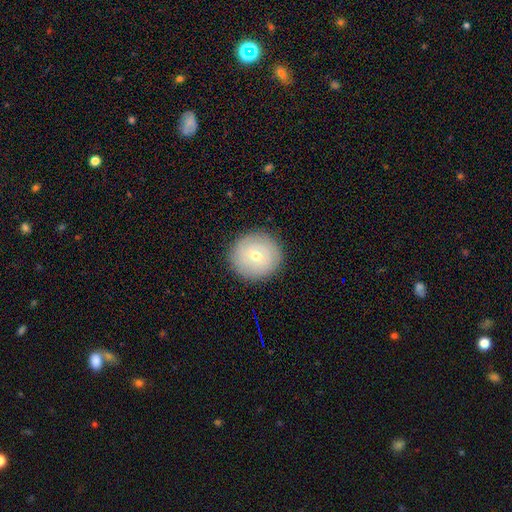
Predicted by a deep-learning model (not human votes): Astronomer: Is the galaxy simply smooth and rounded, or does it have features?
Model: smooth — 51% (runner-up: featured or disk, 41%).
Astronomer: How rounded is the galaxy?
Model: round — 92%.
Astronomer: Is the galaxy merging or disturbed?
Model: none — 89%.